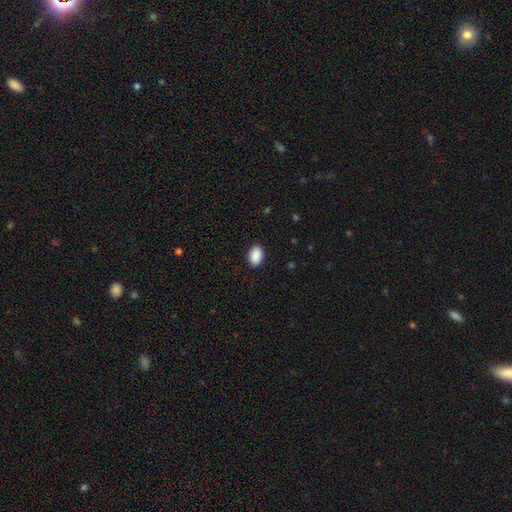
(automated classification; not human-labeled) The model was most divided on "how rounded": in between: 90%, round: 9%, cigar-shaped: 1%. More confident: smooth or featured — smooth (91%); merging — none (89%).